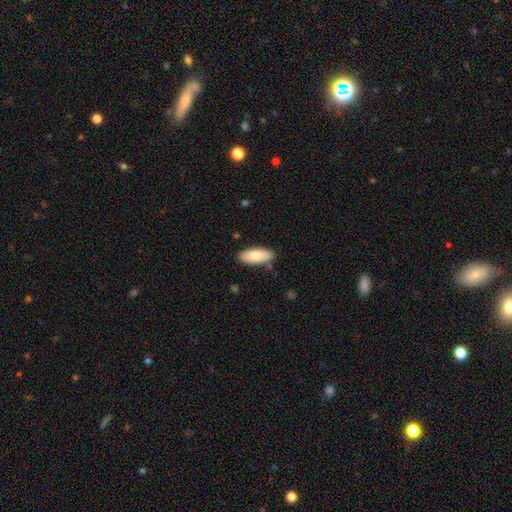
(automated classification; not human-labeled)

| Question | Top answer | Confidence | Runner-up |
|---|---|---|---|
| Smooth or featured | smooth | 81% | featured or disk (13%) |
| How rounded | in between | 82% | cigar-shaped (17%) |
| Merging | none | 84% | minor disturbance (12%) |